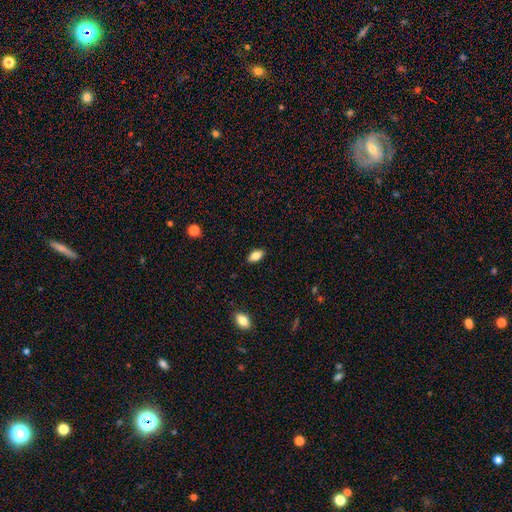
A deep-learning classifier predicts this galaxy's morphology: A smooth galaxy with no disk features (81%) that is in between round and cigar-shaped (90%).

Vote fractions:
- Smooth or featured? smooth: 81% / featured or disk: 10% / star or artifact: 8%
- How rounded? in between: 90% / cigar-shaped: 6% / round: 5%
- Merging? none: 88% / minor disturbance: 9% / major disturbance: 2% / merger: 1%